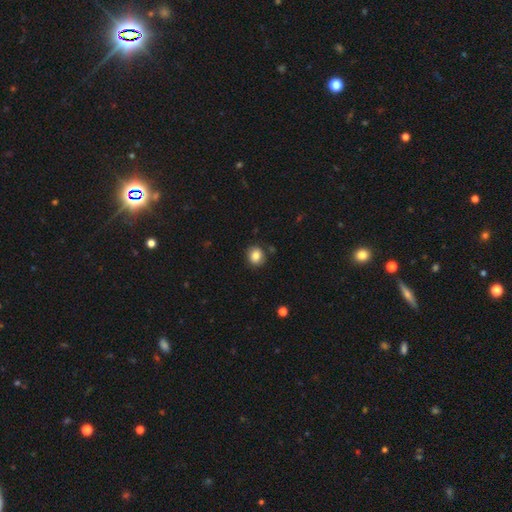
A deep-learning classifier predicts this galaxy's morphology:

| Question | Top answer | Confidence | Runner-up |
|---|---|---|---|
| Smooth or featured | smooth | 83% | star or artifact (10%) |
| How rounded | round | 81% | in between (18%) |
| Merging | none | 87% | minor disturbance (9%) |